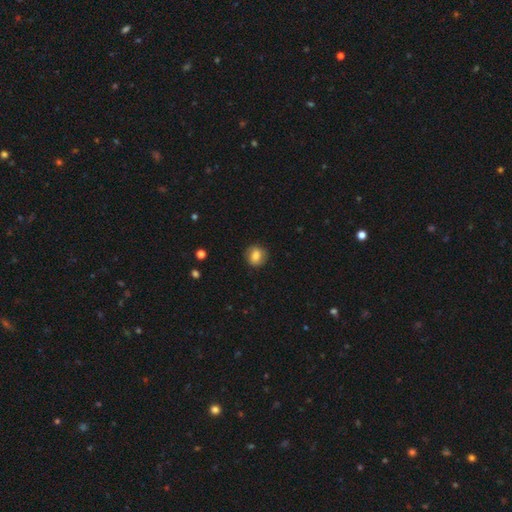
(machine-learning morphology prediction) This is likely a smooth galaxy (79%). How rounded: likely round (80%). Merging: clearly none (86%).